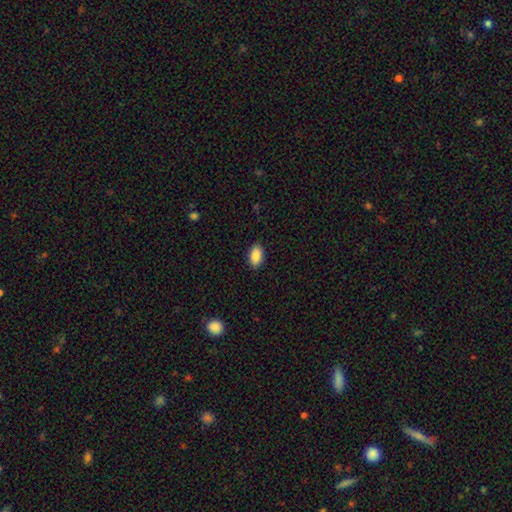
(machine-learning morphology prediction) This is clearly a smooth galaxy (89%). How rounded: clearly in between (93%). Merging: clearly none (89%).